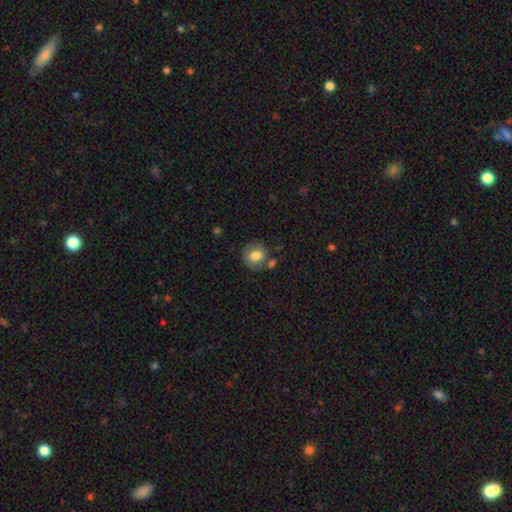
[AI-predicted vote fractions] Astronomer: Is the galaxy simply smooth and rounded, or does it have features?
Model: smooth — 72%.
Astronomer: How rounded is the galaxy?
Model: round — 85%.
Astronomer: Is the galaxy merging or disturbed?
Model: none — 66%.